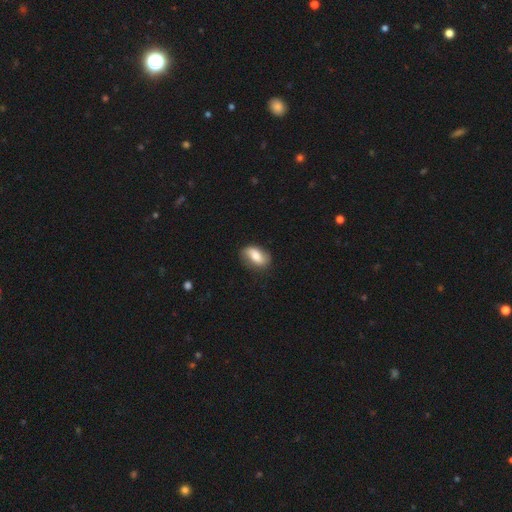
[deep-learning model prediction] smooth 60%, featured or disk 33%, star or artifact 7%. Down the decision tree: how rounded — in between (86%); merging — none (78%).